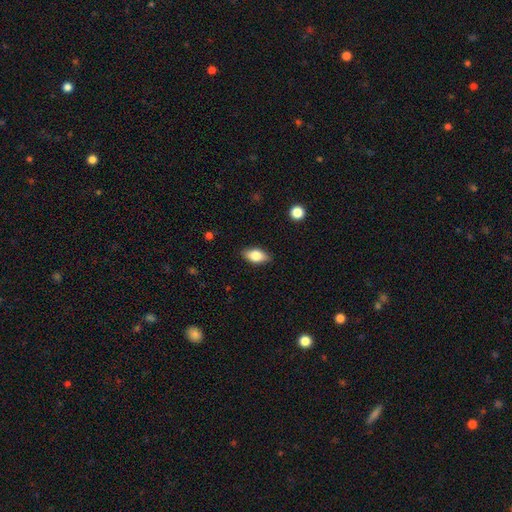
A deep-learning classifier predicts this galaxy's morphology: smooth 79%, featured or disk 14%, star or artifact 7%. Down the decision tree: how rounded — in between (89%); merging — none (87%).